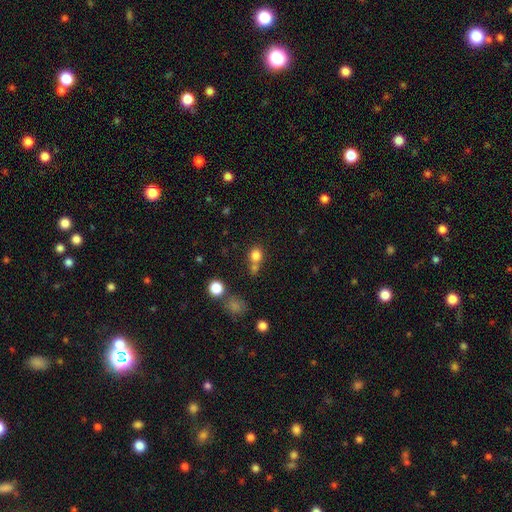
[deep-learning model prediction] The model was most divided on "merging": none: 55%, merger: 30%, minor disturbance: 11%, major disturbance: 4%. More confident: smooth or featured — smooth (80%); how rounded — round (75%).